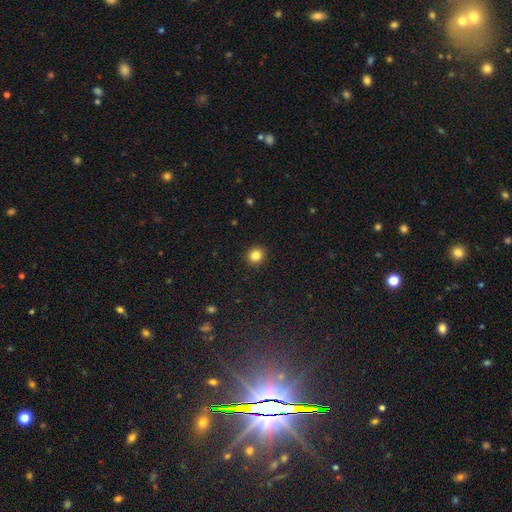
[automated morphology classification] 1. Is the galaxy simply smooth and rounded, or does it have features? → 84% smooth, 11% star or artifact, 5% featured or disk.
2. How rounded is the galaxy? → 86% round, 13% in between, 1% cigar-shaped.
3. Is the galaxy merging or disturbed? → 92% none, 5% minor disturbance, 2% major disturbance, 1% merger.